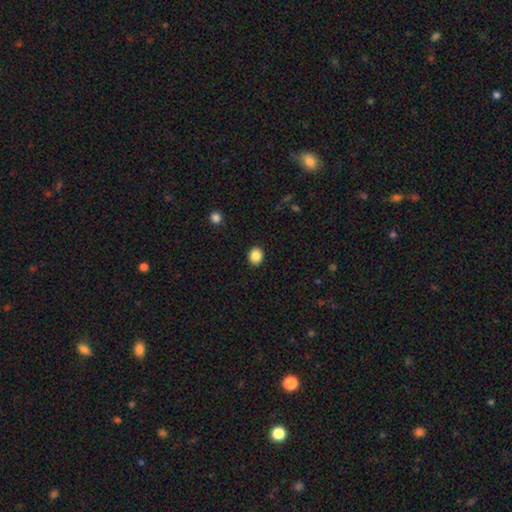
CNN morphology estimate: Smooth or featured? smooth (87%)
How rounded? round (63%)
Merging? none (91%)